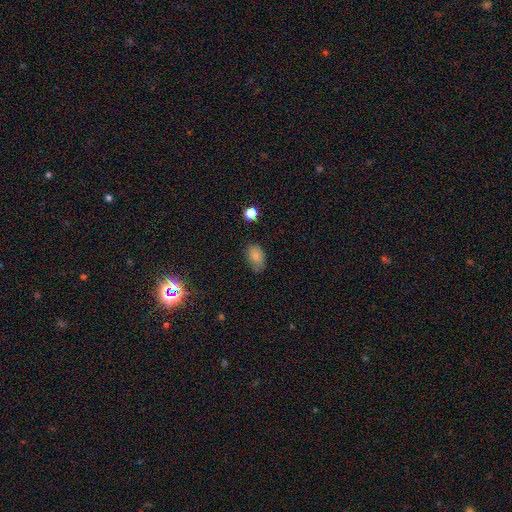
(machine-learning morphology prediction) A smooth galaxy with no disk features (81%) that is in between round and cigar-shaped (86%).

Vote fractions:
- Smooth or featured? smooth: 81% / star or artifact: 11% / featured or disk: 8%
- How rounded? in between: 86% / round: 12% / cigar-shaped: 1%
- Merging? none: 70% / minor disturbance: 23% / major disturbance: 5% / merger: 2%